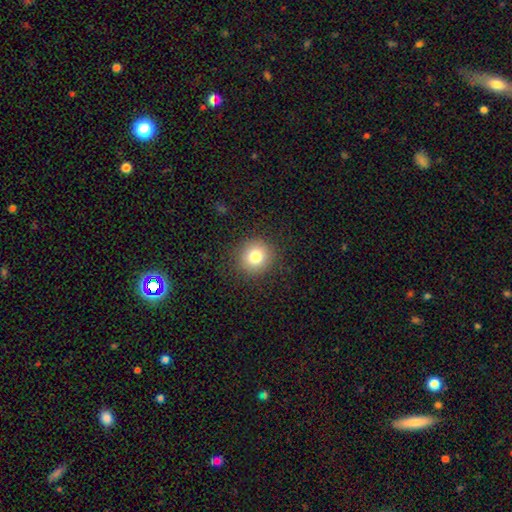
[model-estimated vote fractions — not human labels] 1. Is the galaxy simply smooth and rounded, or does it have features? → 80% smooth, 12% star or artifact, 8% featured or disk.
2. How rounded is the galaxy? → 91% round, 8% in between, 1% cigar-shaped.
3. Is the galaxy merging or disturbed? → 91% none, 6% minor disturbance, 2% major disturbance, 1% merger.